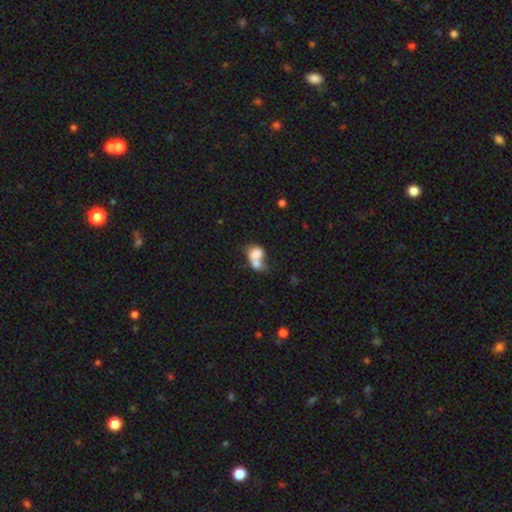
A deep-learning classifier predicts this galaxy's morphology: smooth-or-featured: smooth: 71% | featured or disk: 20% | star or artifact: 9%
  how-rounded: in between: 64% | round: 34% | cigar-shaped: 2%
  merging: merger: 72% | none: 14% | major disturbance: 7% | minor disturbance: 6%